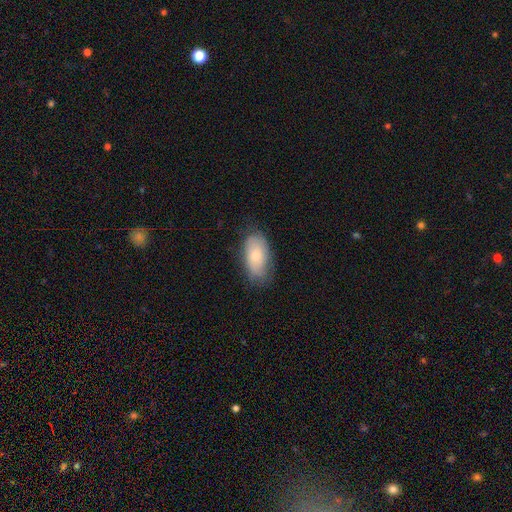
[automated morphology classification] smooth-or-featured: smooth: 72% | featured or disk: 21% | star or artifact: 6%
  how-rounded: in between: 93% | cigar-shaped: 4% | round: 3%
  merging: none: 72% | minor disturbance: 22% | major disturbance: 5% | merger: 1%